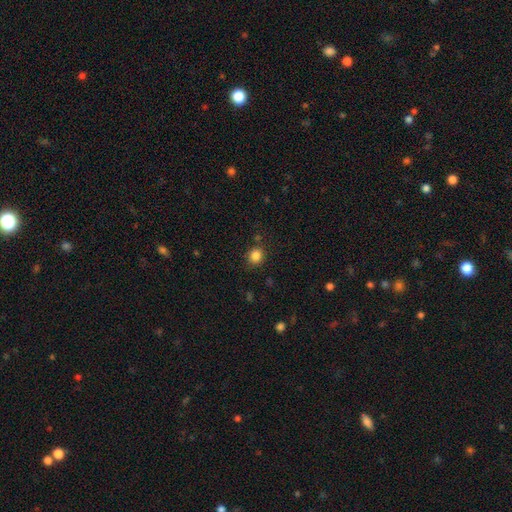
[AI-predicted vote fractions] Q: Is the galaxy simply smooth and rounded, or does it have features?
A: smooth — 84%.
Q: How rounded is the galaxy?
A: round — 84%.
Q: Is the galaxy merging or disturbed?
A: none — 85%.